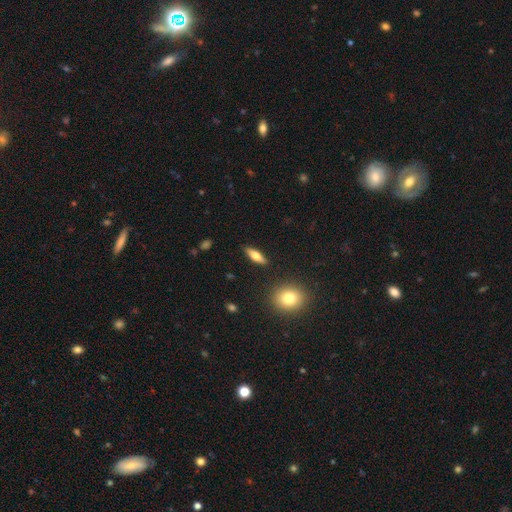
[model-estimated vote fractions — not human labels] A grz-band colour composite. It shows a smooth galaxy with no disk features (57%) that is in between round and cigar-shaped (50%). Merging: none (89%).